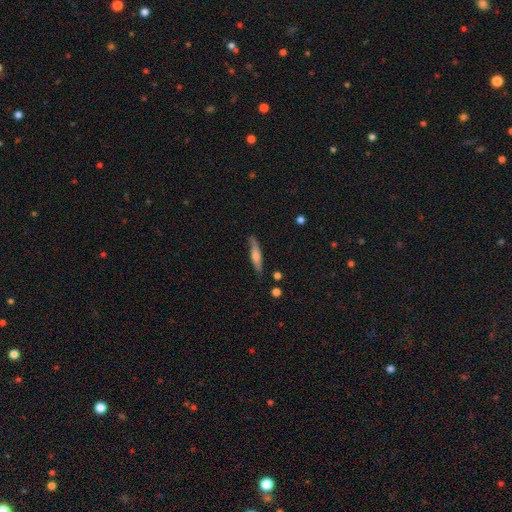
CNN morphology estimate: smooth 49%, featured or disk 44%, star or artifact 7%. Down the decision tree: merging — none (79%).